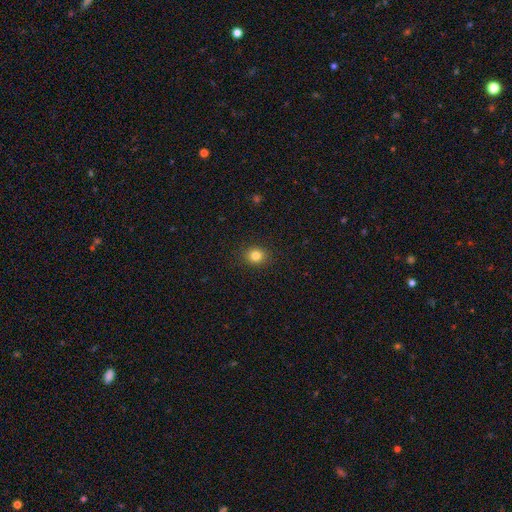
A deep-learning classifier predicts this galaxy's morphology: type=smooth (83%); roundness=round (80%); merging=none (91%).